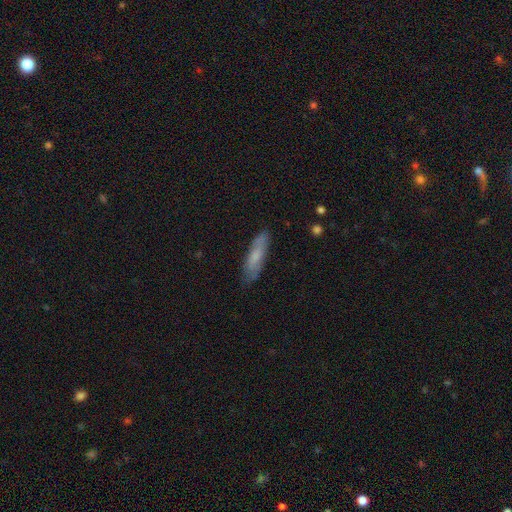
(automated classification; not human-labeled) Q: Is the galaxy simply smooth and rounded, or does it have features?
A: smooth — 64%.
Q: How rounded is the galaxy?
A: cigar-shaped — 65%.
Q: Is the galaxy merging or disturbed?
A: none — 78%.